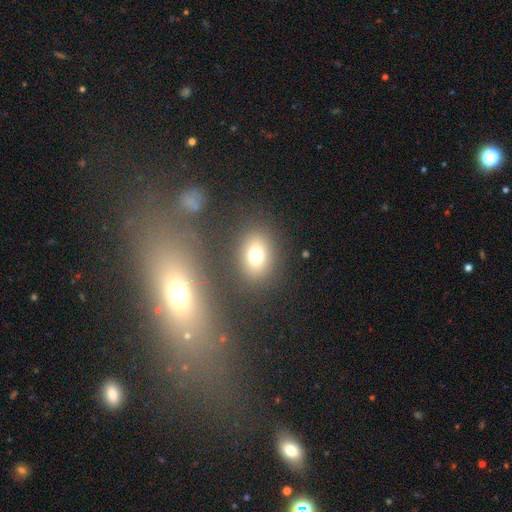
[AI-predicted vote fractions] This appears to be a smooth galaxy with no disk features (72%) that is in between round and cigar-shaped (56%). Merging: none (83%).